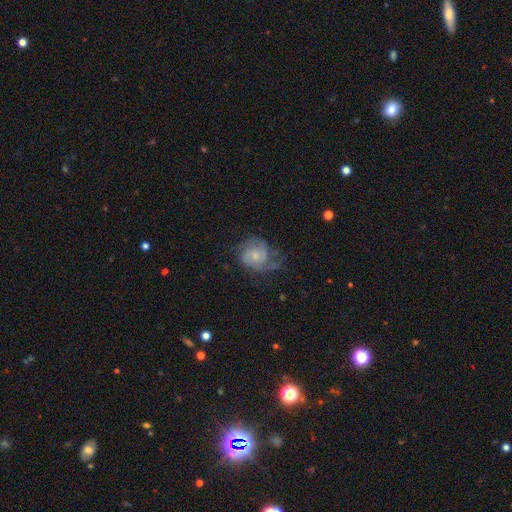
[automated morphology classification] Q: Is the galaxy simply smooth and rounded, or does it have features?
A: featured or disk — 71%.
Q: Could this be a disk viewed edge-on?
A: no — 98%.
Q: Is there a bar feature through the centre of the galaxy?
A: no — 70%.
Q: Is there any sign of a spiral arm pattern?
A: yes — 90%.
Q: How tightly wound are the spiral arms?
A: medium — 42%.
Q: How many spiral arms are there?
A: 2 — 44%.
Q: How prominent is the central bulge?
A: small — 63%.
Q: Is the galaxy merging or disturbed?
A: none — 51%.